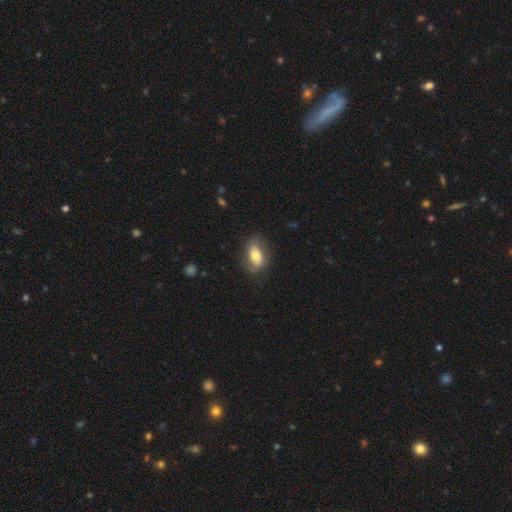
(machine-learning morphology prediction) smooth 53%, featured or disk 40%, star or artifact 7%. Down the decision tree: how rounded — in between (83%); merging — none (73%).